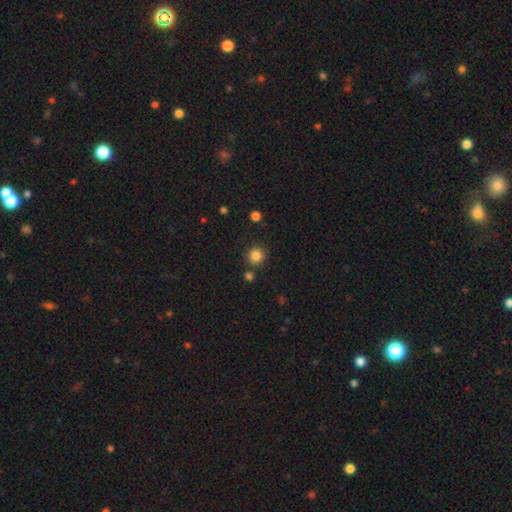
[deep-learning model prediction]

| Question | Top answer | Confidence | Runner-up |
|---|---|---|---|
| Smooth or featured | smooth | 84% | star or artifact (11%) |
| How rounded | round | 93% | in between (6%) |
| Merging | none | 83% | minor disturbance (8%) |